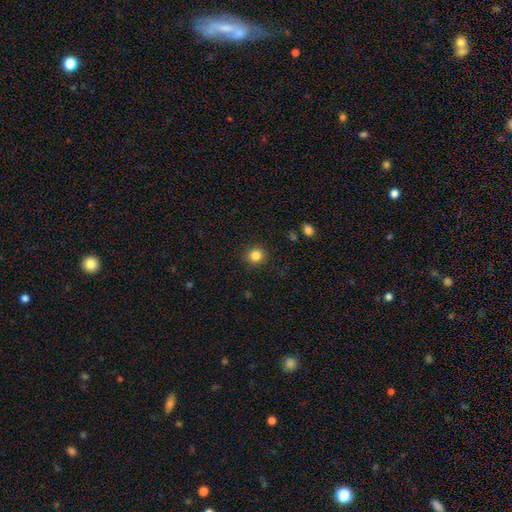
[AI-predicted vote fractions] Smooth or featured? Predicted: smooth (p=0.84). How rounded? Predicted: round (p=0.93). Merging? Predicted: none (p=0.91).